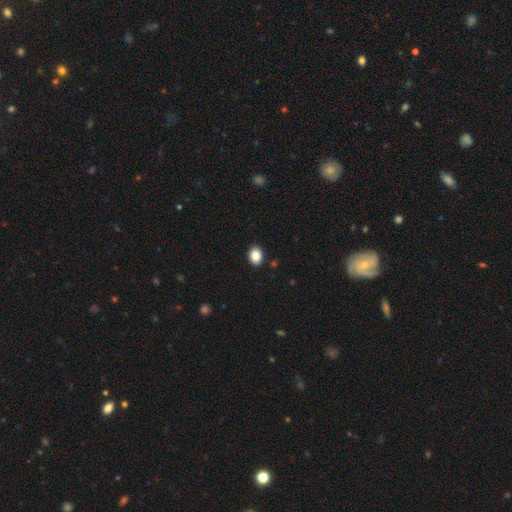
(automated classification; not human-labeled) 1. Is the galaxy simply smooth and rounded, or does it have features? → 86% smooth, 9% star or artifact, 5% featured or disk.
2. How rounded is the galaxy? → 66% in between, 33% round, 1% cigar-shaped.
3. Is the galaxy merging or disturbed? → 91% none, 7% minor disturbance, 2% major disturbance, 1% merger.